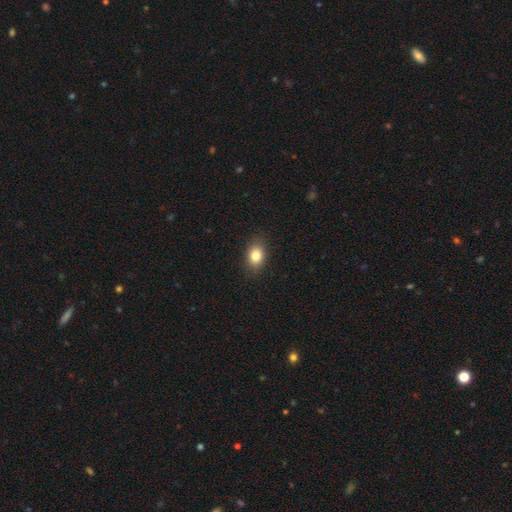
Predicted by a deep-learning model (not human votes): Morphology: type=smooth (83%); roundness=in between (73%); merging=none (87%).